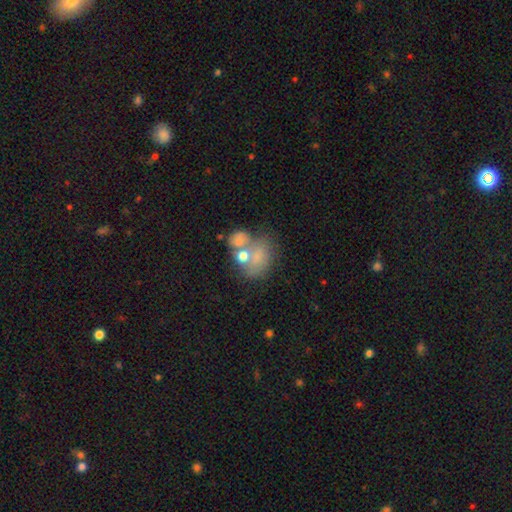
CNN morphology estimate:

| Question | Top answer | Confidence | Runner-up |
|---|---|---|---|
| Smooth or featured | smooth | 53% | featured or disk (30%) |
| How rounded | in between | 53% | round (46%) |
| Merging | merger | 43% | none (29%) |